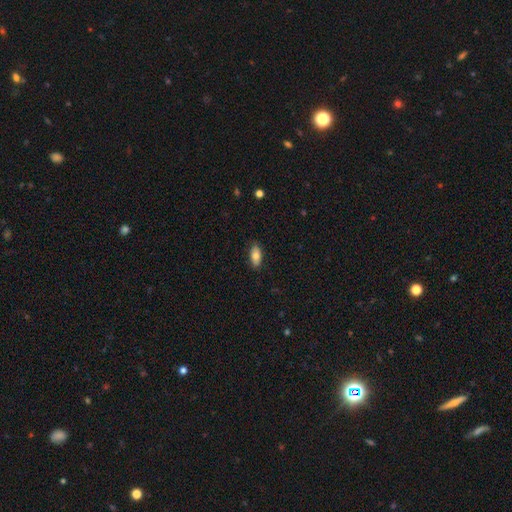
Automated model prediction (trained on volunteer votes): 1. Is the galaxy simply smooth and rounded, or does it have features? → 78% smooth, 15% featured or disk, 7% star or artifact.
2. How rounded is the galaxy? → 87% in between, 10% cigar-shaped, 3% round.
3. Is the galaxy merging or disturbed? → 86% none, 11% minor disturbance, 2% major disturbance, 1% merger.